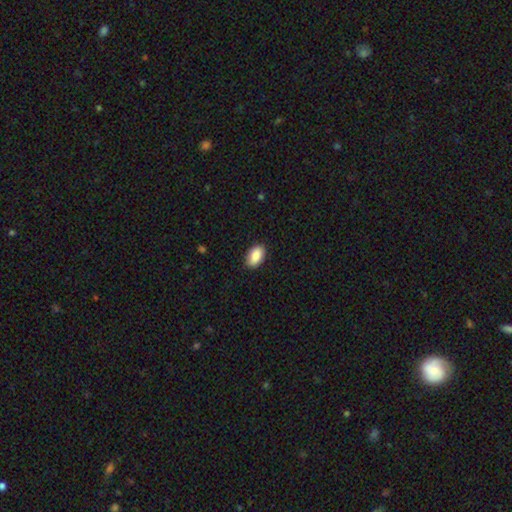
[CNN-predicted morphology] Smooth or featured?
  - smooth: 89% *
  - star or artifact: 6%
  - featured or disk: 4%
How rounded?
  - in between: 93% *
  - round: 5%
  - cigar-shaped: 2%
Merging?
  - none: 87% *
  - minor disturbance: 10%
  - major disturbance: 2%
  - merger: 1%